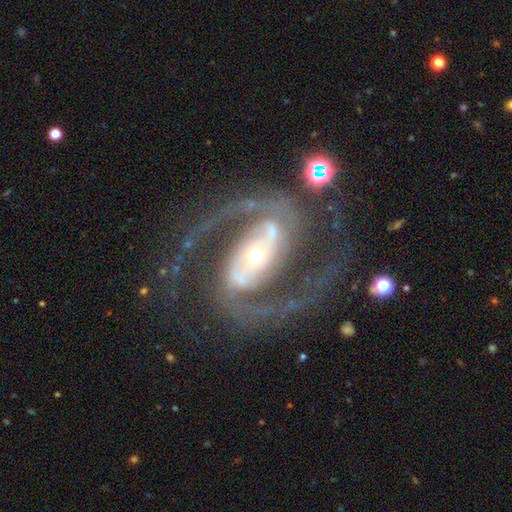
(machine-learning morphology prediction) Smooth or featured: featured or disk — 93% (star or artifact — 5%)
Edge-on disk: no — 97% (yes — 3%)
Bar: strong — 50% (weak — 29%)
Spiral arms: yes — 98% (no — 2%)
Spiral winding: medium — 64% (tight — 19%)
Spiral arm count: 2 — 93% (3 — 2%)
Bulge size: moderate — 54% (small — 37%)
Merging: none — 74% (minor disturbance — 13%)